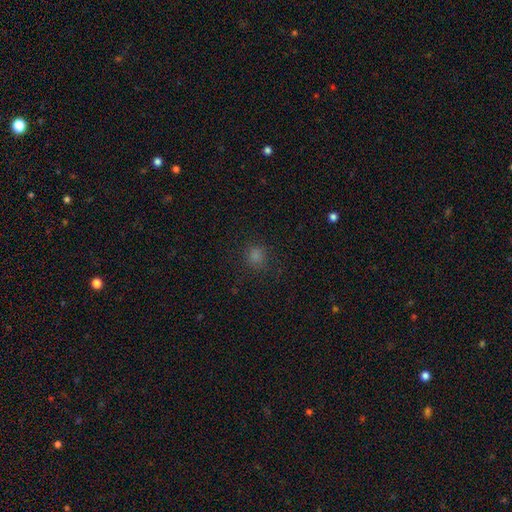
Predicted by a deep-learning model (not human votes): smooth 72%, star or artifact 23%, featured or disk 5%. Down the decision tree: how rounded — round (88%); merging — none (86%).